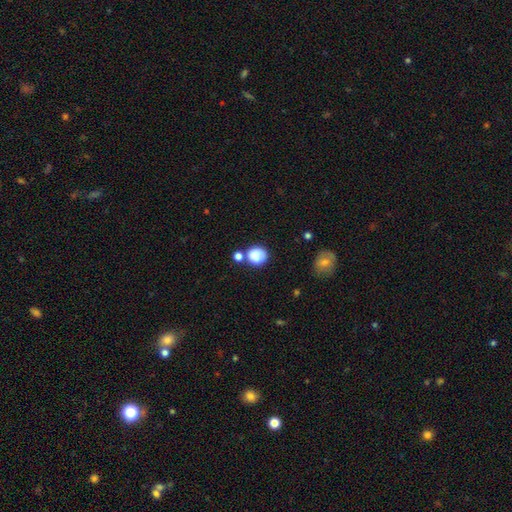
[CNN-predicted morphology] Smooth or featured? smooth (85%)
How rounded? round (82%)
Merging? none (59%)